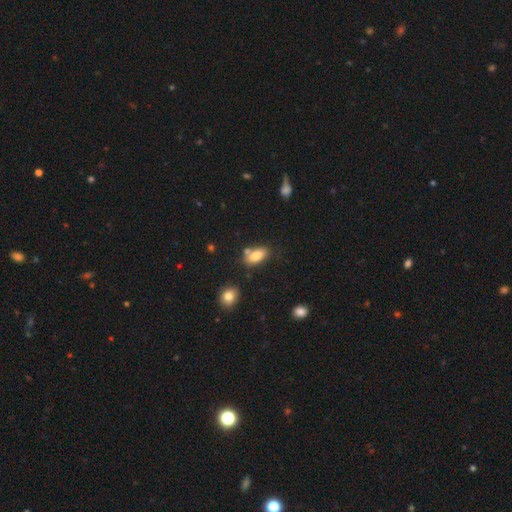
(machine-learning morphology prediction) The model was most divided on "merging": none: 64%, merger: 16%, minor disturbance: 16%, major disturbance: 4%. More confident: how rounded — in between (89%); smooth or featured — smooth (81%).